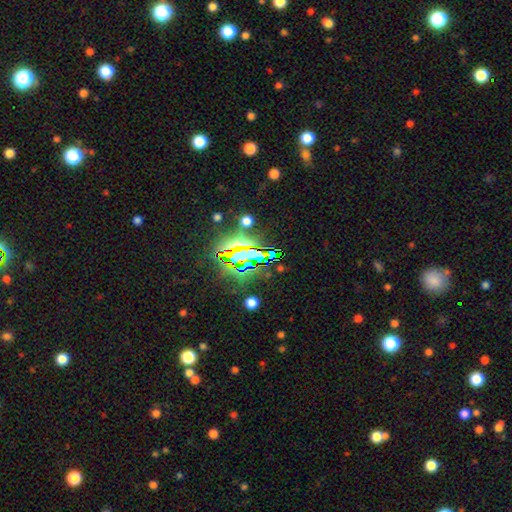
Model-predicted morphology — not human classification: Smooth or featured: star or artifact — 82% (smooth — 10%)